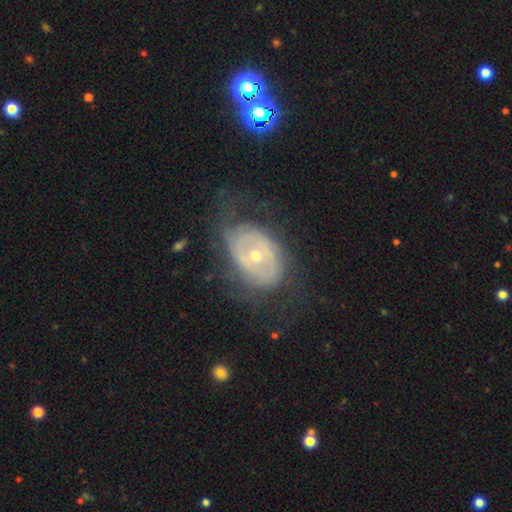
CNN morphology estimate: A featured or disk galaxy (71%) with no bar (69%), spiral arms (54%) and a small central bulge (55%). Merging: none (55%).